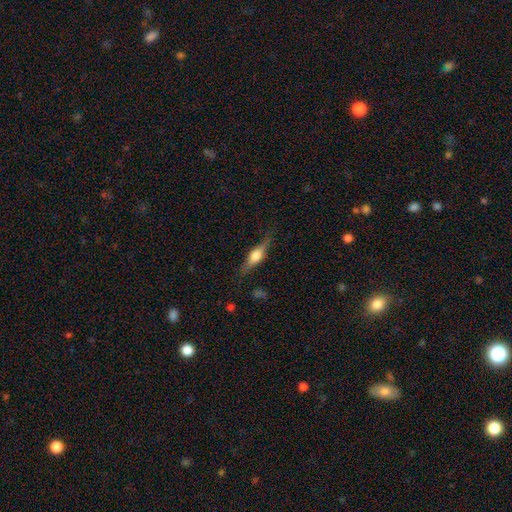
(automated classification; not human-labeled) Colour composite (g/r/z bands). It shows a featured or disk galaxy (62%) viewed edge-on (96%) with a rounded central bulge (91%). Merging: none (80%).